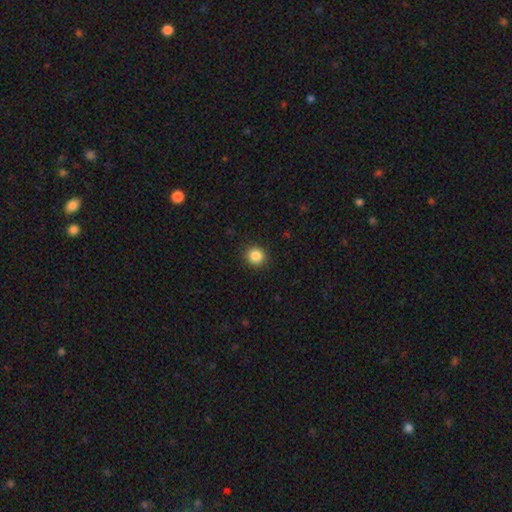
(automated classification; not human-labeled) The model was most divided on "smooth or featured": smooth: 86%, star or artifact: 10%, featured or disk: 4%. More confident: how rounded — round (92%); merging — none (91%).